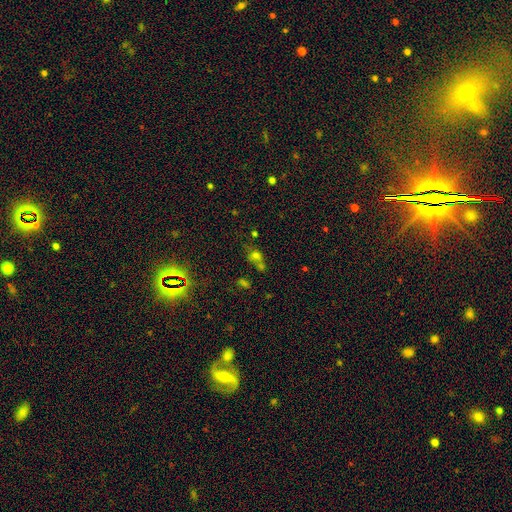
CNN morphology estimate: The model was most divided on "how rounded": in between: 49%, round: 48%, cigar-shaped: 4%. Remaining: smooth or featured — smooth (58%); merging — merger (45%).